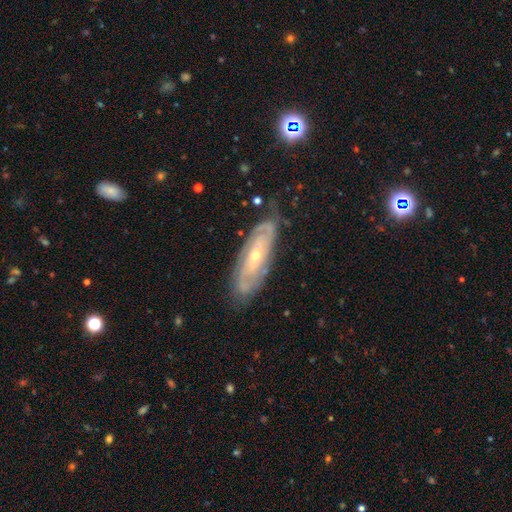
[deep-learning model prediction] A featured or disk galaxy (80%) with no bar (65%), tight (68%) spiral arms (88%) and a small central bulge (61%). Merging: none (74%).